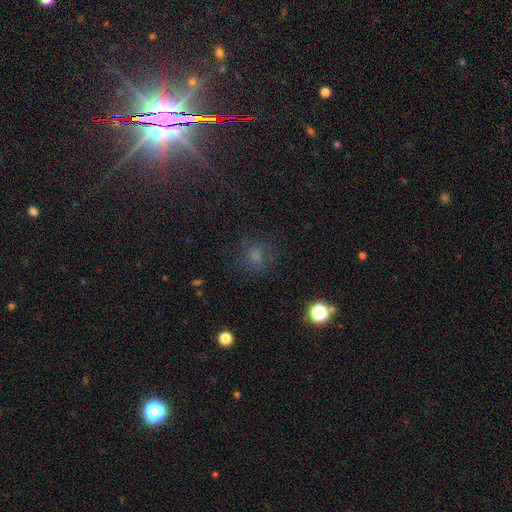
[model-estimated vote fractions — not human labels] Smooth or featured: smooth — 60% (star or artifact — 27%)
How rounded: round — 80% (in between — 18%)
Merging: none — 74% (minor disturbance — 15%)